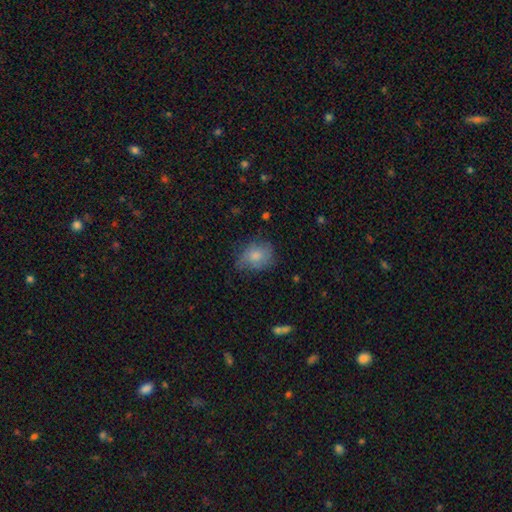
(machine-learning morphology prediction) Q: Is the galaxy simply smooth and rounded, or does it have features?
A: smooth — 76%.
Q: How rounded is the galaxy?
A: round — 55%.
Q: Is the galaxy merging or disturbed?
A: none — 55%.